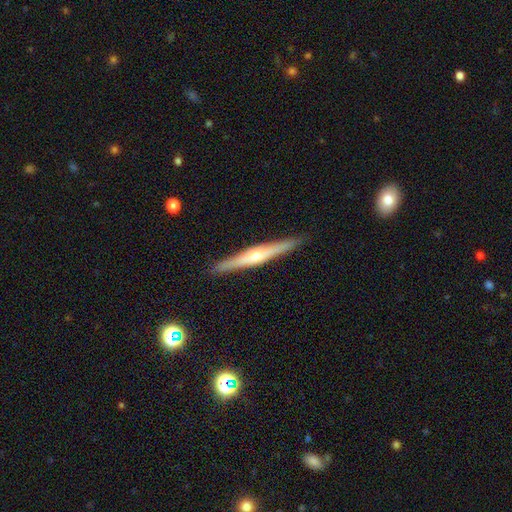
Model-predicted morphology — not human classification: A featured or disk galaxy (73%) viewed edge-on (98%) with a rounded central bulge (80%).

Vote fractions:
- Smooth or featured? featured or disk: 73% / smooth: 21% / star or artifact: 6%
- Edge-on disk? yes: 98% / no: 2%
- Edge-on bulge? rounded: 80% / boxy: 11% / none: 9%
- Merging? none: 92% / minor disturbance: 6% / major disturbance: 1% / merger: 1%